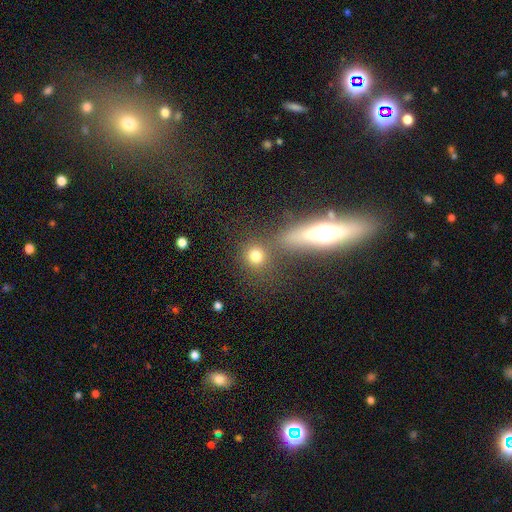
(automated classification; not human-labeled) A smooth galaxy with no disk features (76%) that is round (87%). Merging: none (68%).